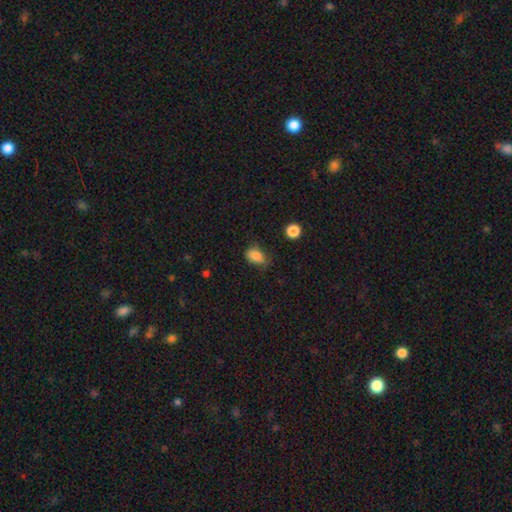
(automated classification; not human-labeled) Q: Smooth or featured?
A: smooth (84%); runner-up: star or artifact (10%)
Q: How rounded?
A: in between (79%); runner-up: round (20%)
Q: Merging?
A: none (58%); runner-up: minor disturbance (31%)